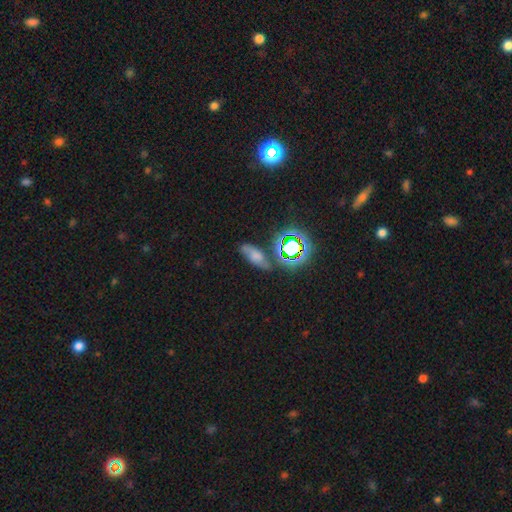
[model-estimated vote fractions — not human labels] Smooth or featured? Predicted: smooth (p=0.48). Merging? Predicted: none (p=0.63).